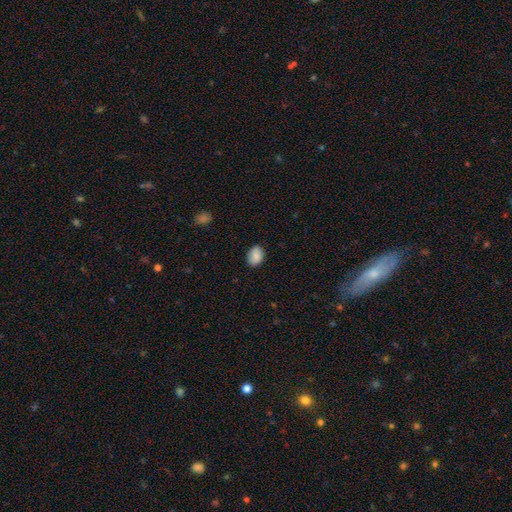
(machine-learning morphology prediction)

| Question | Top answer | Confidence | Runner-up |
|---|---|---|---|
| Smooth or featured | smooth | 86% | star or artifact (8%) |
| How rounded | in between | 72% | round (27%) |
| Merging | none | 84% | minor disturbance (13%) |